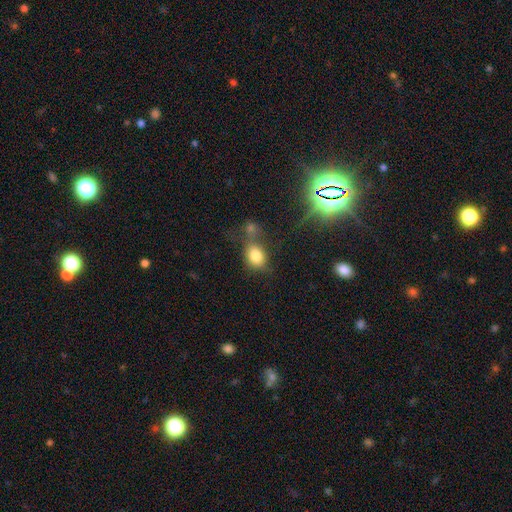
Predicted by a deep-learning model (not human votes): A smooth galaxy with no disk features (78%) that is in between round and cigar-shaped (51%). Merging: none (43%).